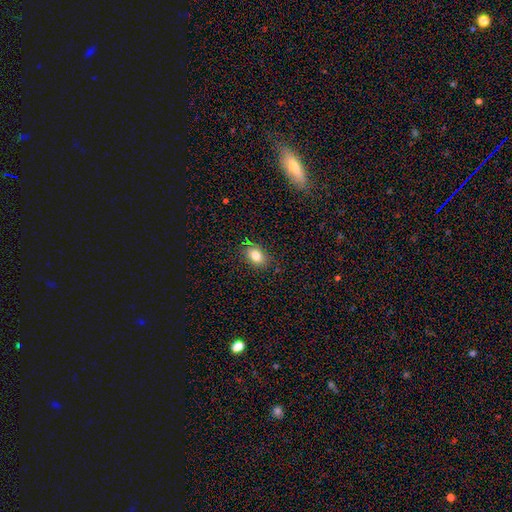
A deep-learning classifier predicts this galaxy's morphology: Smooth or featured? smooth (81%)
How rounded? in between (76%)
Merging? none (82%)